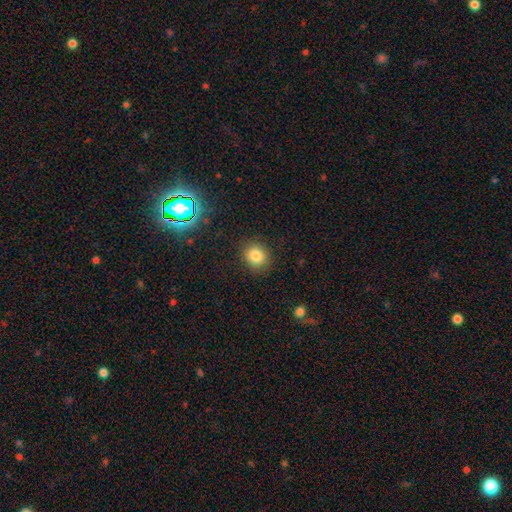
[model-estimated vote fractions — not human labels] This is clearly a smooth galaxy (81%). How rounded: likely round (79%). Merging: clearly none (88%).